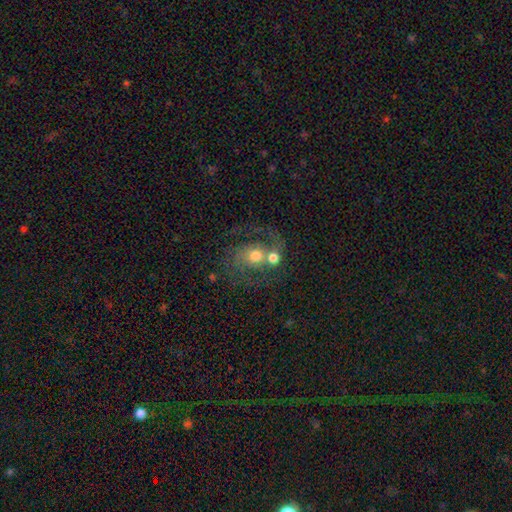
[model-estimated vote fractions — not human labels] Smooth or featured? Predicted: featured or disk (p=0.67). Edge-on disk? Predicted: no (p=0.98). Bar? Predicted: no (p=0.72). Spiral arms? Predicted: yes (p=0.88). Spiral winding? Predicted: medium (p=0.49). Spiral arm count? Predicted: 2 (p=0.77). Bulge size? Predicted: moderate (p=0.63). Merging? Predicted: none (p=0.38).